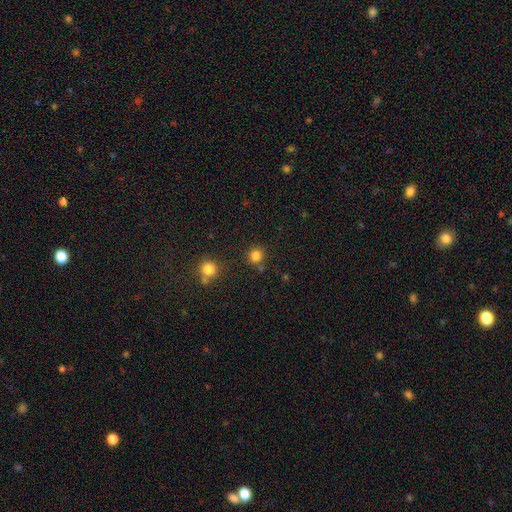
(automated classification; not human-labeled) Smooth or featured? Predicted: smooth (p=0.82). How rounded? Predicted: round (p=0.90). Merging? Predicted: none (p=0.81).